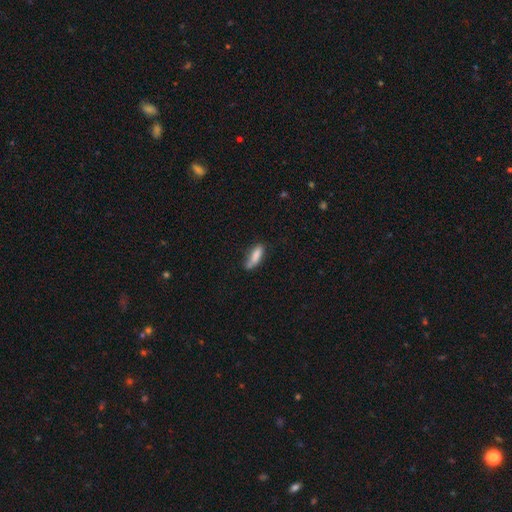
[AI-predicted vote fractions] This is clearly a smooth galaxy (81%). How rounded: possibly in between (49%, tied with cigar-shaped). Merging: possibly none (52%).